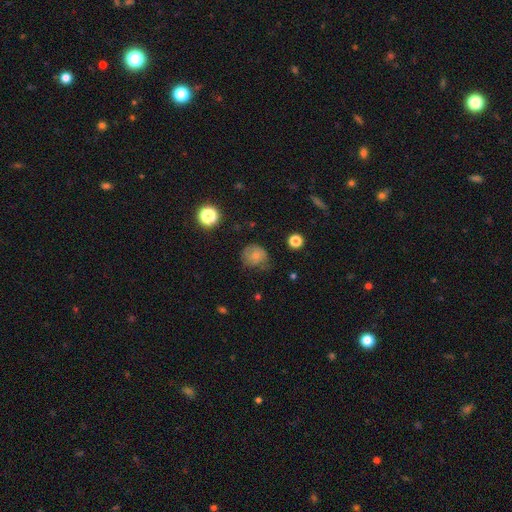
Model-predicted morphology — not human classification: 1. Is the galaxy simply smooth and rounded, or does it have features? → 72% smooth, 16% featured or disk, 12% star or artifact.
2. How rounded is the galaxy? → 80% round, 20% in between, 1% cigar-shaped.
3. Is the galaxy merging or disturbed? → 55% none, 31% minor disturbance, 12% major disturbance, 2% merger.